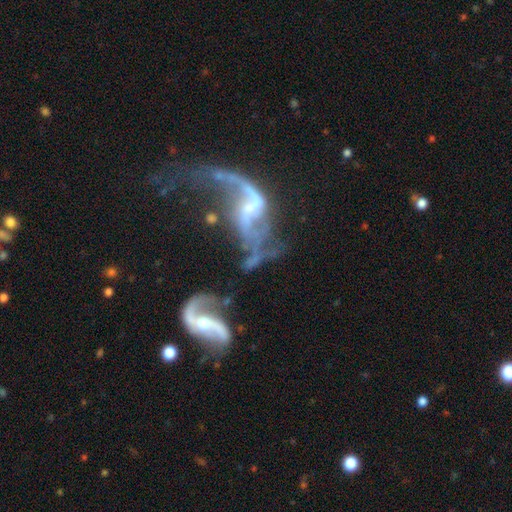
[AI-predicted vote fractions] smooth-or-featured: featured or disk: 81% | smooth: 10% | star or artifact: 9%
  disk-edge-on: no: 96% | yes: 4%
    bar: weak: 44% | no: 34% | strong: 22%
    has-spiral-arms: yes: 85% | no: 15%
      spiral-winding: loose: 84% | medium: 13% | tight: 4%
      spiral-arm-count: 2: 82% | 1: 8% | can't tell: 6% | 3: 2% | 4: 1% | more than 4: 1%
    bulge-size: small: 43% | none: 31% | moderate: 22% | large: 3% | dominant: 2%
  merging: merger: 37% | major disturbance: 27% | none: 22% | minor disturbance: 13%